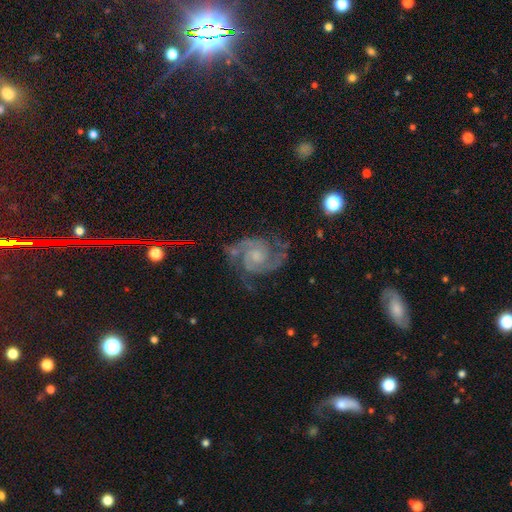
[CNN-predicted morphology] smooth_or_featured: featured or disk (p=0.90) [alt: star or artifact p=0.06]
disk_edge_on: no (p=0.98) [alt: yes p=0.02]
bar: no (p=0.61) [alt: weak p=0.34]
has_spiral_arms: yes (p=0.98) [alt: no p=0.02]
spiral_winding: medium (p=0.50) [alt: tight p=0.41]
spiral_arm_count: 2 (p=0.81) [alt: 3 p=0.09]
bulge_size: small (p=0.41) [alt: moderate p=0.31]
merging: none (p=0.70) [alt: minor disturbance p=0.18]